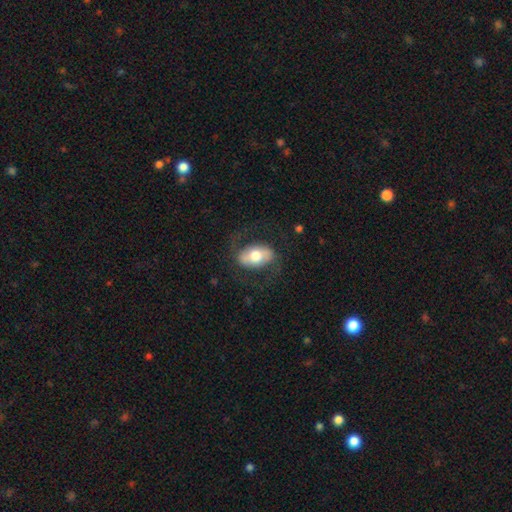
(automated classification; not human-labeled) This is possibly a smooth galaxy (50%). Merging: likely none (70%).